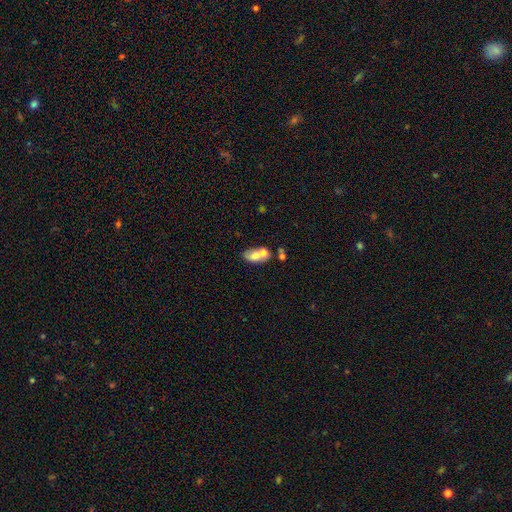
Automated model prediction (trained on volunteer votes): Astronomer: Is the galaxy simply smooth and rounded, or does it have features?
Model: smooth — 61%.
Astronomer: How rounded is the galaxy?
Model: in between — 85%.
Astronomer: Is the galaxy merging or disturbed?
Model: merger — 46% (runner-up: none, 30%).